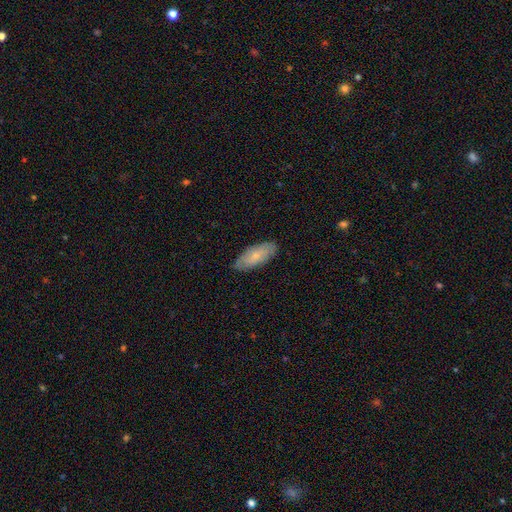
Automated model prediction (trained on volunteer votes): Overall: smooth (66%; featured or disk 28%). How rounded: in between (81%). Merging: none (82%).